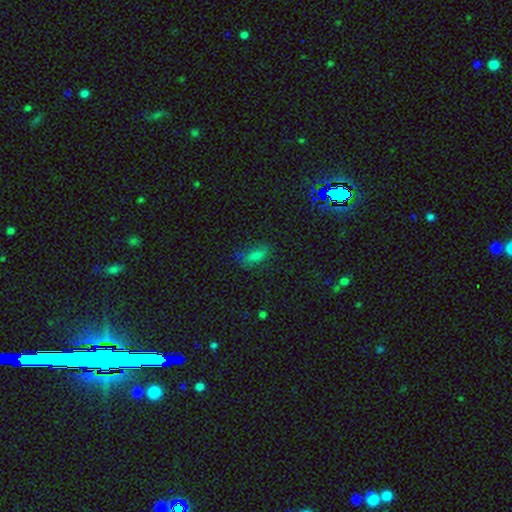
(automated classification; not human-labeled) Overall: smooth (63%; star or artifact 26%). How rounded: in between (78%). Merging: none (66%).